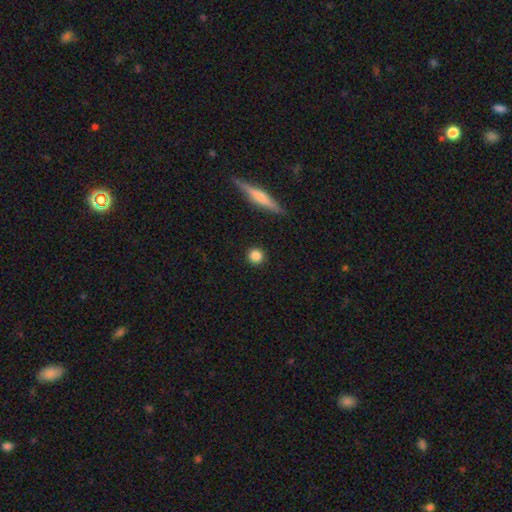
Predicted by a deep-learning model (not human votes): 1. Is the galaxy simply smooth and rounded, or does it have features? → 85% smooth, 9% star or artifact, 6% featured or disk.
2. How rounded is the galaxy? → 93% round, 5% in between, 2% cigar-shaped.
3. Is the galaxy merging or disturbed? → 91% none, 6% minor disturbance, 2% major disturbance, 2% merger.